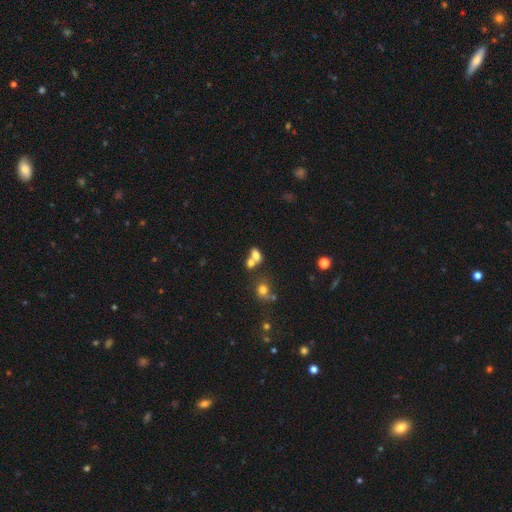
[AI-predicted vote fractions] Smooth or featured? smooth (72%)
How rounded? in between (71%)
Merging? merger (49%)